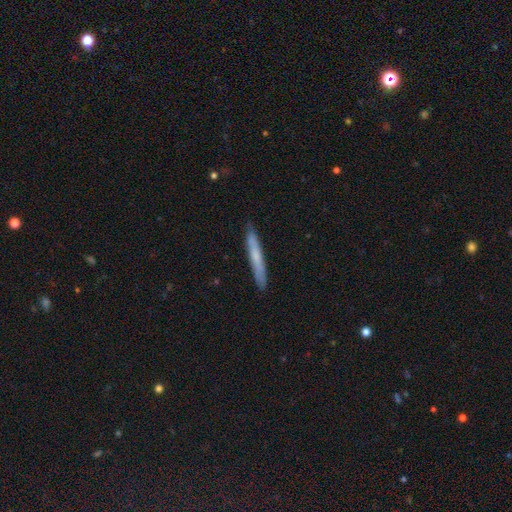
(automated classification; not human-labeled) This is likely a smooth galaxy (61%). How rounded: clearly cigar-shaped (96%). Merging: clearly none (89%).